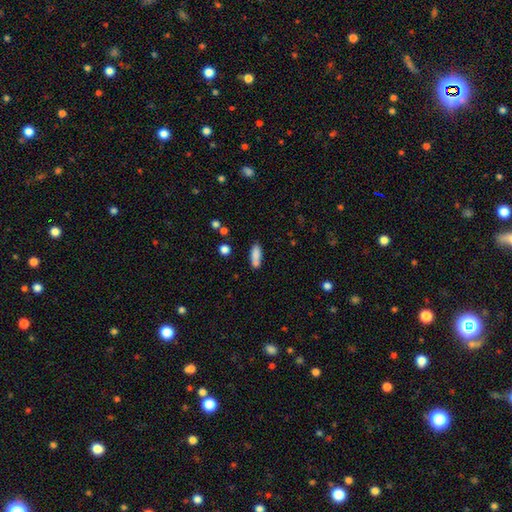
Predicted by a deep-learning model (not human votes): Smooth or featured?
  - smooth: 83% *
  - featured or disk: 9%
  - star or artifact: 8%
How rounded?
  - in between: 68% *
  - cigar-shaped: 30%
  - round: 2%
Merging?
  - none: 61% *
  - merger: 19%
  - minor disturbance: 16%
  - major disturbance: 4%